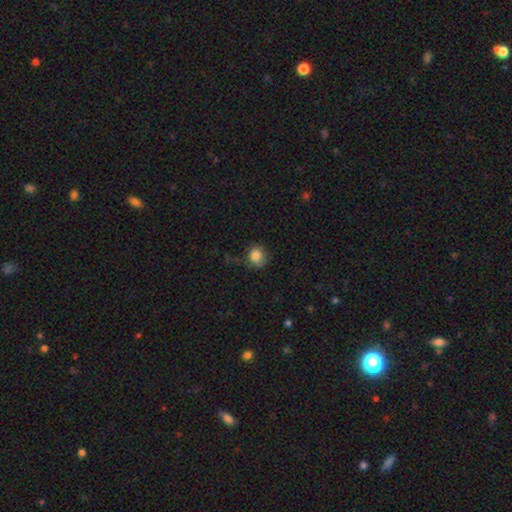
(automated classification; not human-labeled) Smooth or featured? Predicted: smooth (p=0.84). How rounded? Predicted: round (p=0.73). Merging? Predicted: none (p=0.69).